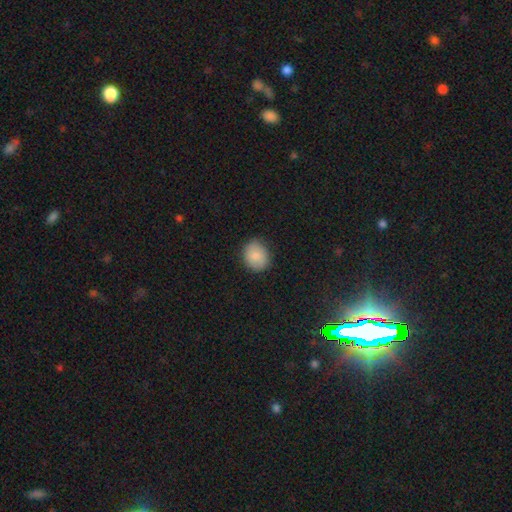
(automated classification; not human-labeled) Q: Smooth or featured?
A: smooth (84%); runner-up: featured or disk (8%)
Q: How rounded?
A: round (63%); runner-up: in between (36%)
Q: Merging?
A: none (84%); runner-up: minor disturbance (12%)